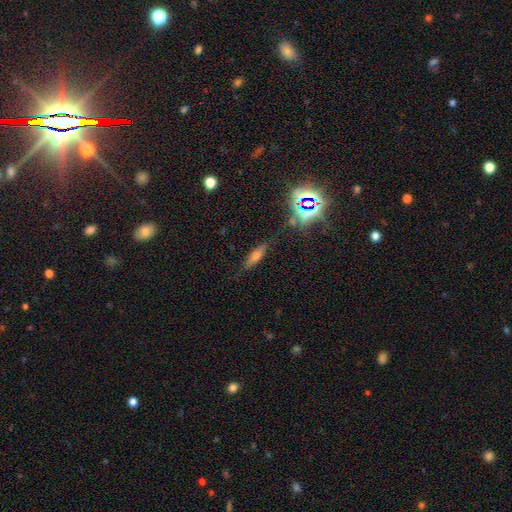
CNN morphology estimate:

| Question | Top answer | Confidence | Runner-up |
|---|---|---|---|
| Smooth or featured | smooth | 53% | featured or disk (29%) |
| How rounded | cigar-shaped | 59% | in between (37%) |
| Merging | none | 80% | minor disturbance (14%) |